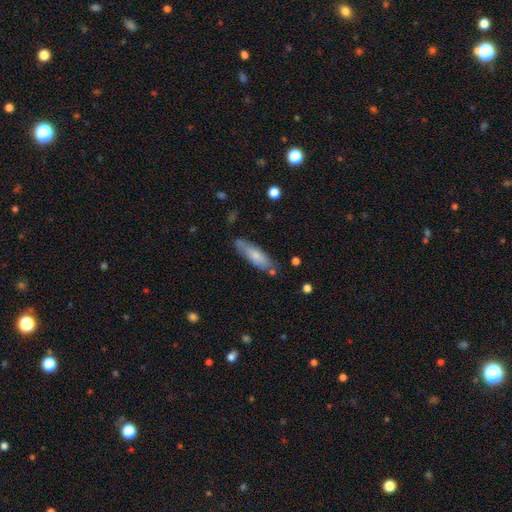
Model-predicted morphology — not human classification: type=smooth (71%); roundness=cigar-shaped (58%); merging=none (71%).